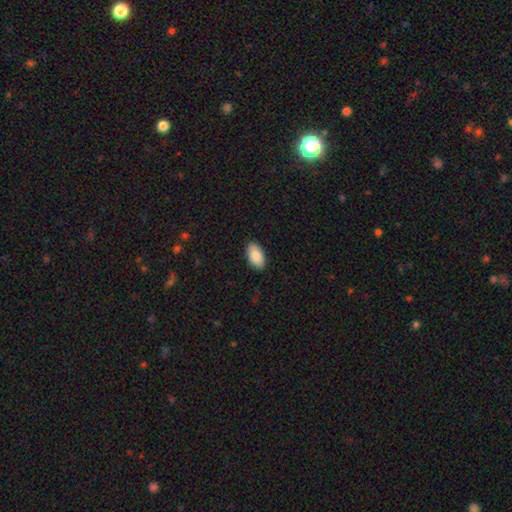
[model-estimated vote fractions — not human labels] Smooth or featured? smooth (89%)
How rounded? in between (95%)
Merging? none (88%)